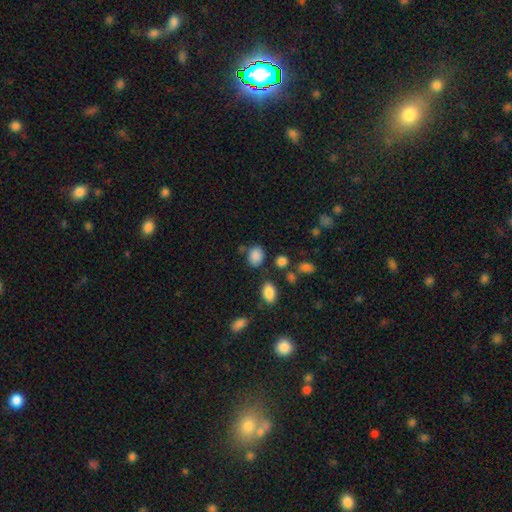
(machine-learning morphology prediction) Smooth or featured?
  - smooth: 85% *
  - star or artifact: 10%
  - featured or disk: 5%
How rounded?
  - in between: 62% *
  - round: 37%
  - cigar-shaped: 1%
Merging?
  - none: 69% *
  - minor disturbance: 17%
  - merger: 8%
  - major disturbance: 6%